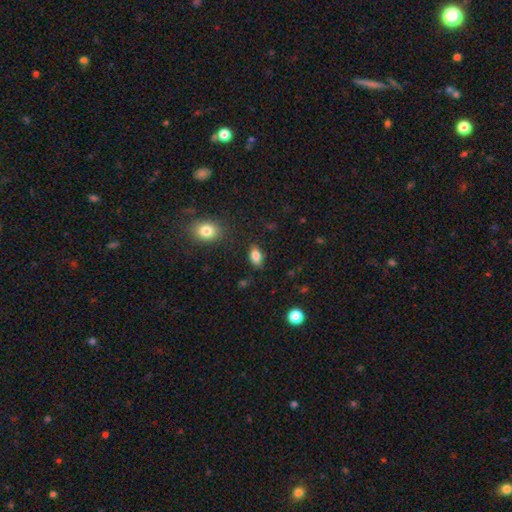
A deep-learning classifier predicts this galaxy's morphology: A smooth galaxy with no disk features (83%) that is in between round and cigar-shaped (90%). Merging: none (84%).